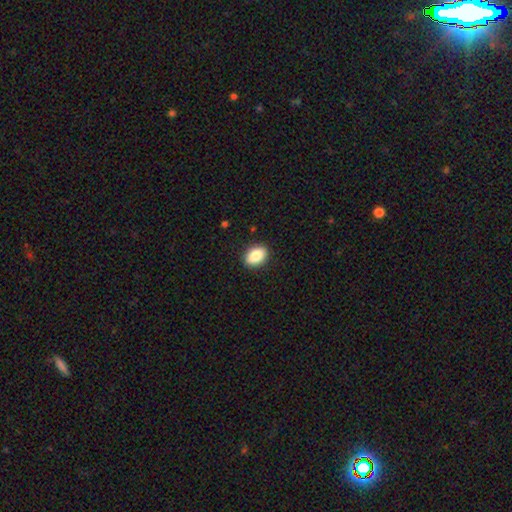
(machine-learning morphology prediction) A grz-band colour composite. It shows a smooth galaxy with no disk features (87%) that is in between round and cigar-shaped (85%). Merging: none (89%).